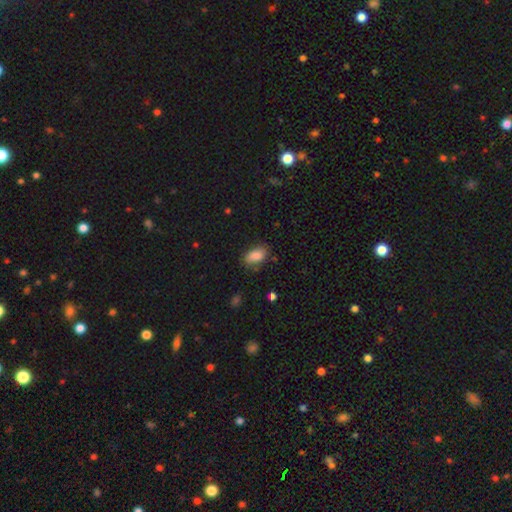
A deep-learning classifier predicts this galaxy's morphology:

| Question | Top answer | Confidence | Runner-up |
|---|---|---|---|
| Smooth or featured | smooth | 85% | featured or disk (8%) |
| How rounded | in between | 92% | round (5%) |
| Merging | none | 76% | minor disturbance (18%) |